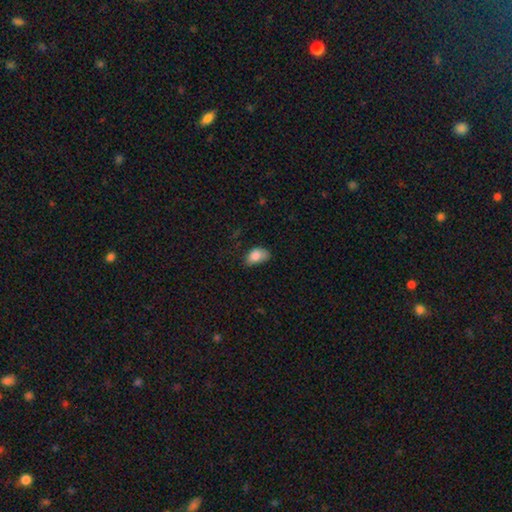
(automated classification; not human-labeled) Q: Smooth or featured?
A: smooth (84%); runner-up: star or artifact (8%)
Q: How rounded?
A: in between (88%); runner-up: round (11%)
Q: Merging?
A: minor disturbance (42%); runner-up: none (40%)